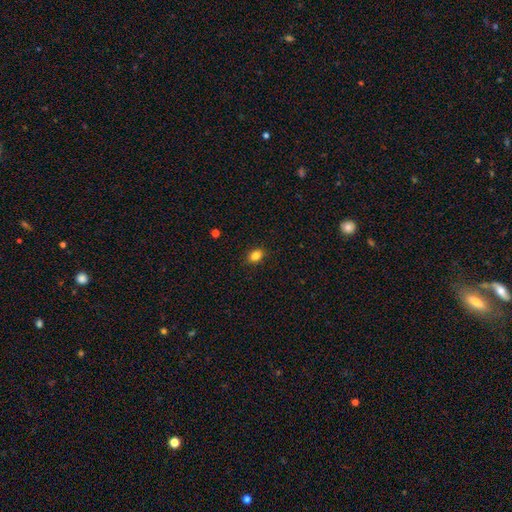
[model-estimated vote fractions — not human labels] Q: Smooth or featured?
A: smooth (84%); runner-up: star or artifact (10%)
Q: How rounded?
A: in between (74%); runner-up: round (24%)
Q: Merging?
A: none (88%); runner-up: minor disturbance (9%)